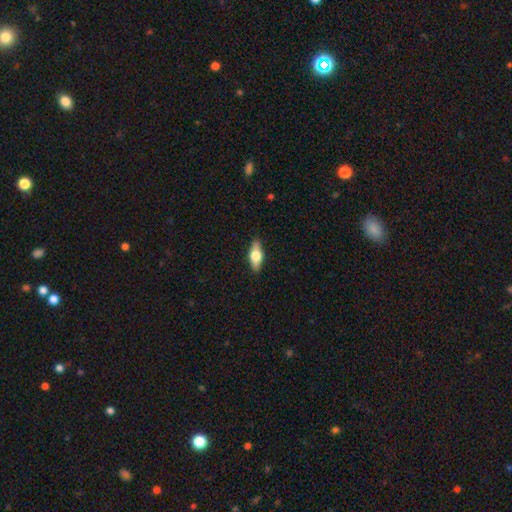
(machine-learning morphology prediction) A smooth galaxy with no disk features (58%) that is in between round and cigar-shaped (76%). Merging: none (88%).